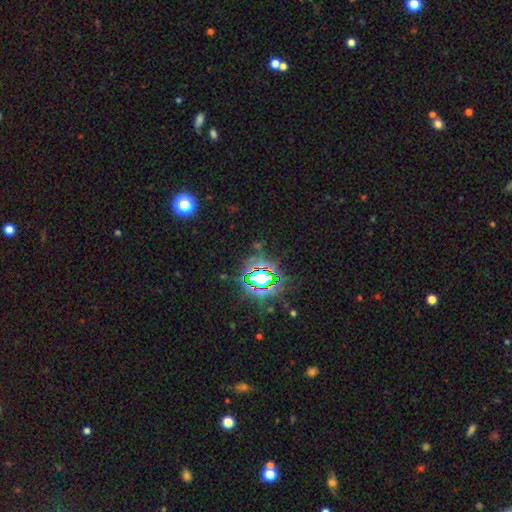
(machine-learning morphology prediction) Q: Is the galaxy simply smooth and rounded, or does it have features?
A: star or artifact — 80%.